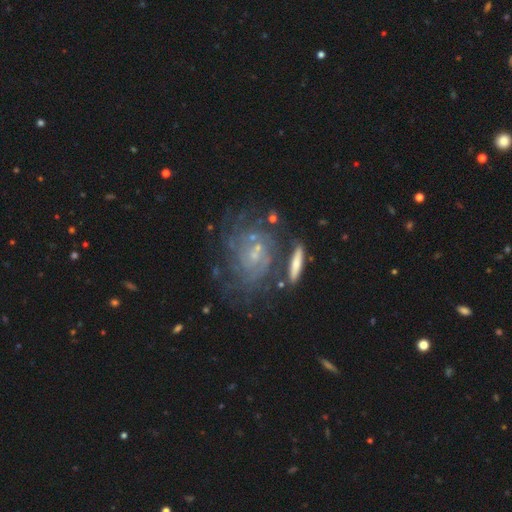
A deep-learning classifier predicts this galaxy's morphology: This is likely a featured or disk galaxy (63%). It is clearly not viewed edge-on (94%). Bar: possibly no (57%). Spiral arm pattern: likely yes (78%). Central bulge: likely small (74%). Merging: possibly none (56%).